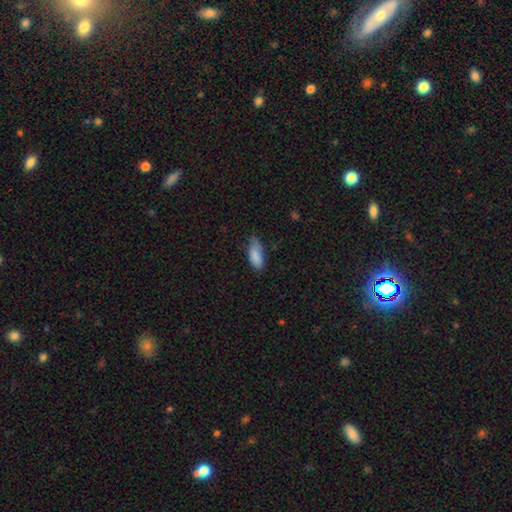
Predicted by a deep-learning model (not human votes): Overall: smooth (84%). How rounded: in between (80%). Merging: none (46%; minor disturbance 41%).